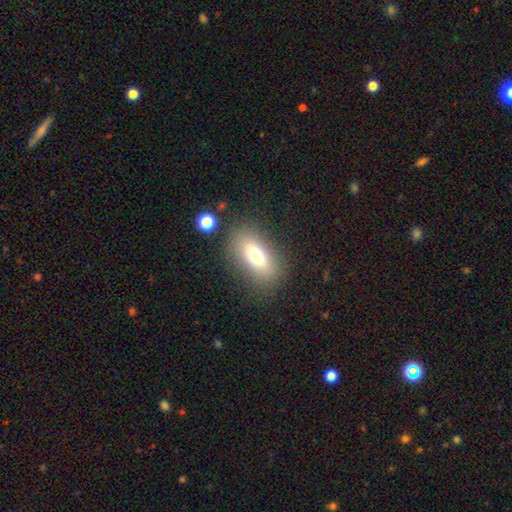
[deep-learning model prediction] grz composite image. It shows a smooth galaxy with no disk features (68%) that is in between round and cigar-shaped (81%). Merging: none (82%).